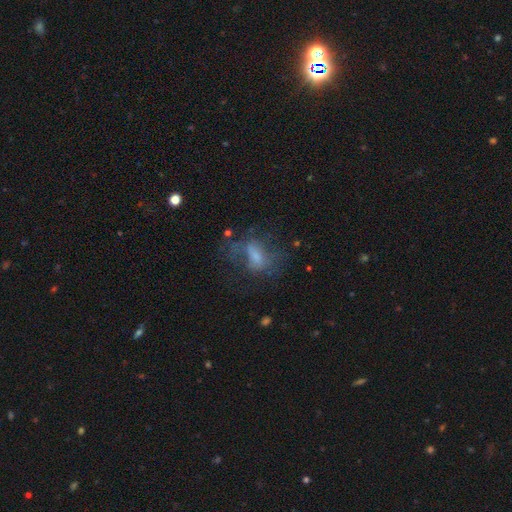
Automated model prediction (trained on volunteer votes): Smooth or featured? smooth (43%)
Merging? none (39%)